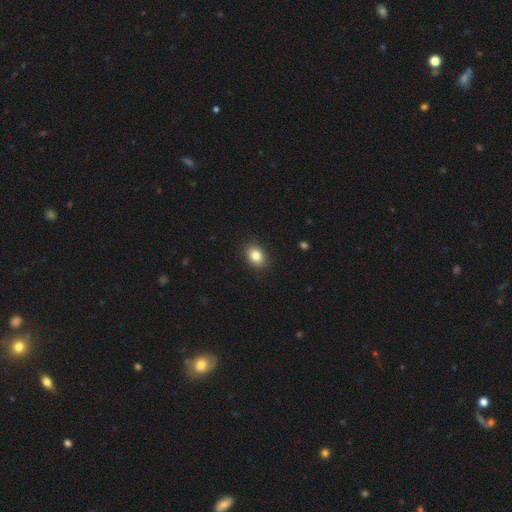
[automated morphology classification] Smooth or featured? smooth (84%)
How rounded? in between (67%)
Merging? none (89%)